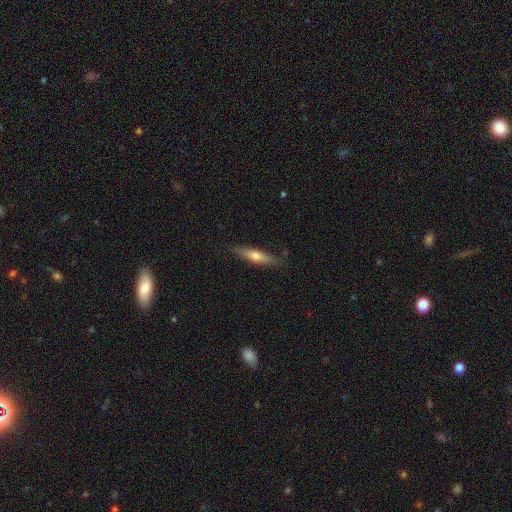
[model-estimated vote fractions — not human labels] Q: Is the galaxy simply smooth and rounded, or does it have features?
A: smooth — 53%.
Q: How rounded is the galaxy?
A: cigar-shaped — 75%.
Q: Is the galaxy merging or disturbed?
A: none — 84%.